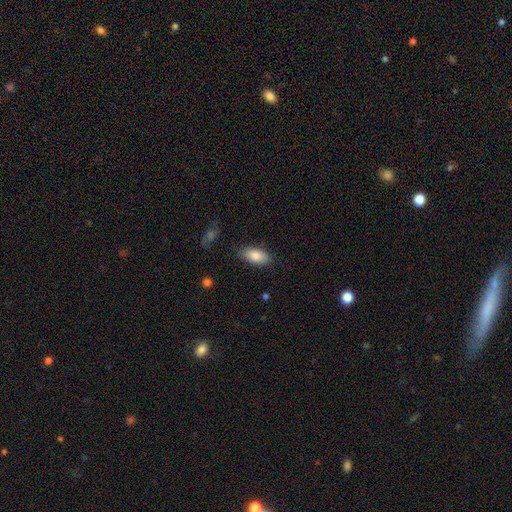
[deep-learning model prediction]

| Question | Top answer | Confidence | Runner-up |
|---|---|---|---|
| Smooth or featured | smooth | 87% | featured or disk (7%) |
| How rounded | in between | 92% | cigar-shaped (6%) |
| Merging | none | 82% | minor disturbance (13%) |